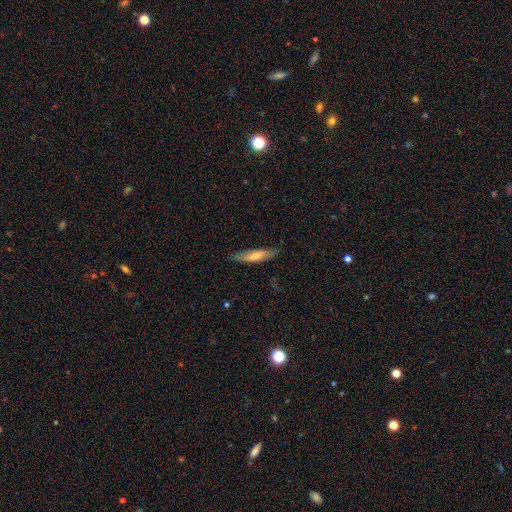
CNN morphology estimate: smooth_or_featured: smooth (p=0.62) [alt: featured or disk p=0.32]
how_rounded: cigar-shaped (p=0.73) [alt: in between p=0.25]
merging: none (p=0.82) [alt: minor disturbance p=0.14]